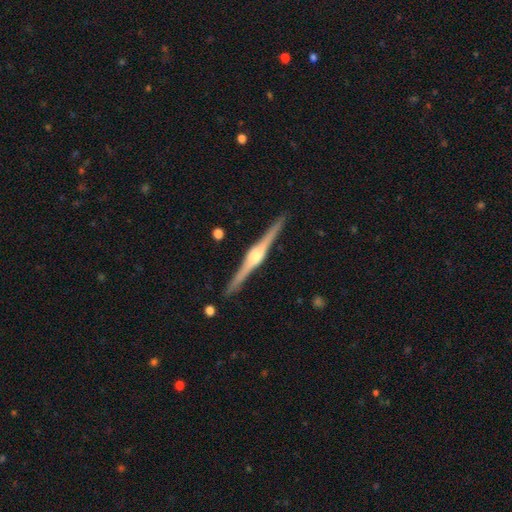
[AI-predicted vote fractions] Smooth or featured? featured or disk (88%)
Edge-on disk? yes (99%)
Edge-on bulge? rounded (83%)
Merging? none (92%)